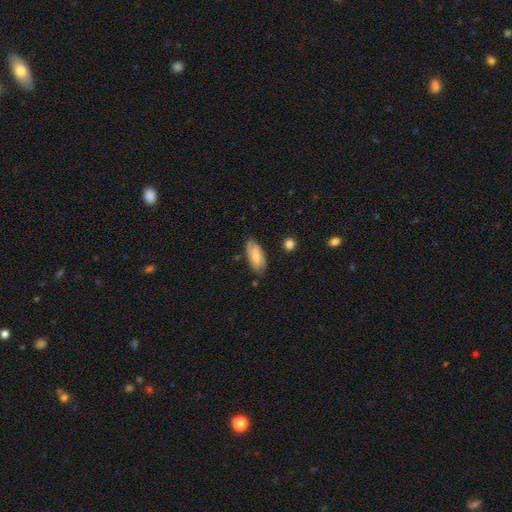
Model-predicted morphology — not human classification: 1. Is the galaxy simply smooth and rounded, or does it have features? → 73% smooth, 21% featured or disk, 6% star or artifact.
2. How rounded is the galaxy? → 85% in between, 14% cigar-shaped, 2% round.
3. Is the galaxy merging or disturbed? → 75% none, 20% minor disturbance, 3% major disturbance, 2% merger.